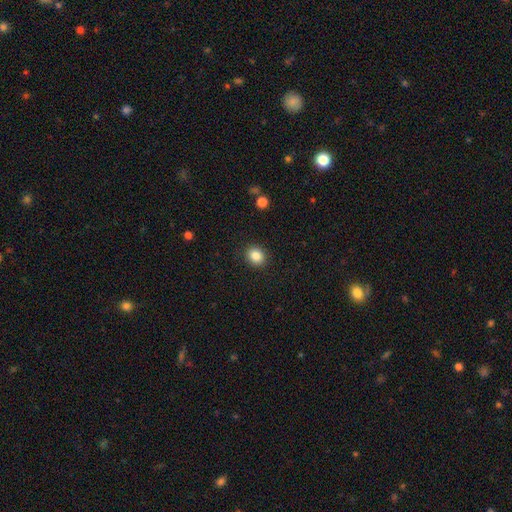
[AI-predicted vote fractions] The model was most divided on "how rounded": round: 69%, in between: 30%, cigar-shaped: 1%. More confident: merging — none (90%); smooth or featured — smooth (86%).